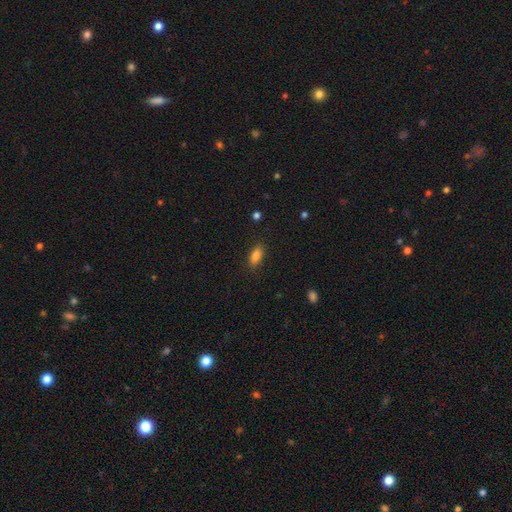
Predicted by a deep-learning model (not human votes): Smooth or featured? smooth (86%)
How rounded? in between (87%)
Merging? none (86%)